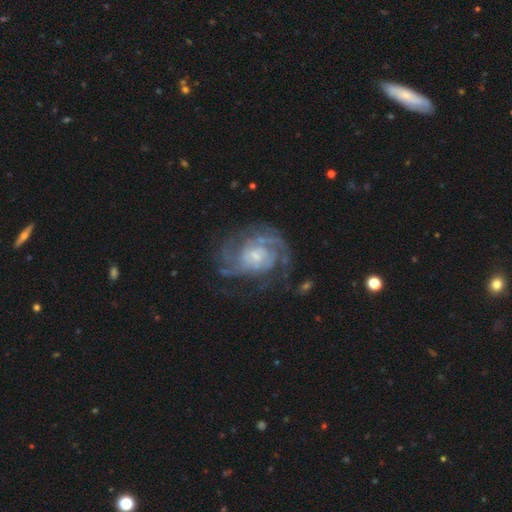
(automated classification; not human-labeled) featured or disk 88%, smooth 6%, star or artifact 6%. Down the decision tree: edge-on disk — no (98%); bar — no (64%); spiral arms — yes (96%); spiral arm count — 2 (31%); spiral winding — tight (53%); bulge size — small (58%); merging — none (65%).